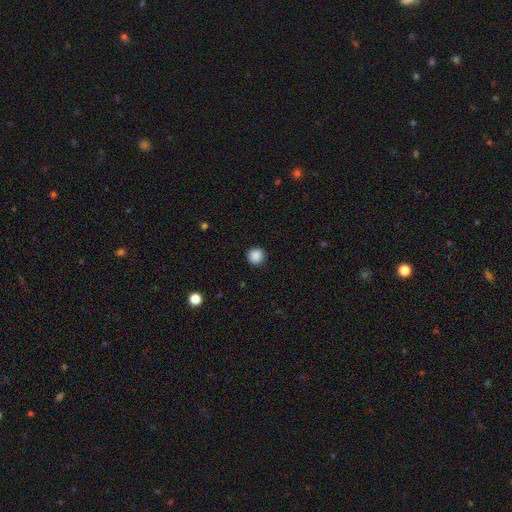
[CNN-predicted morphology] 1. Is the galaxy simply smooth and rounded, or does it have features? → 88% smooth, 9% star or artifact, 2% featured or disk.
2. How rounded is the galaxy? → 94% round, 5% in between, 1% cigar-shaped.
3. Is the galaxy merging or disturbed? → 92% none, 5% minor disturbance, 2% major disturbance, 1% merger.